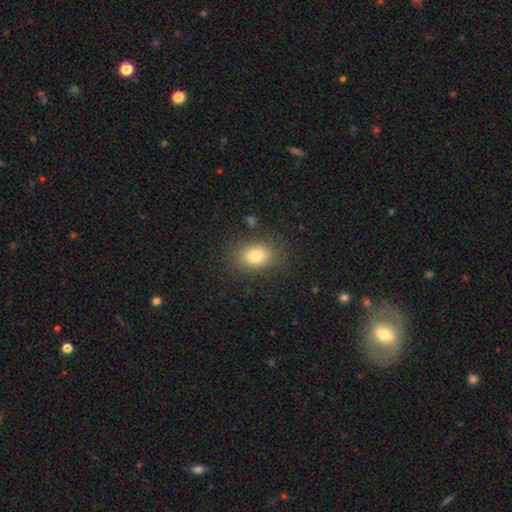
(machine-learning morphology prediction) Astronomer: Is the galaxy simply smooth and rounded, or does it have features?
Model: smooth — 81%.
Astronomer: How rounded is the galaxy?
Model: in between — 72%.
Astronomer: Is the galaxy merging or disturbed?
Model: none — 84%.